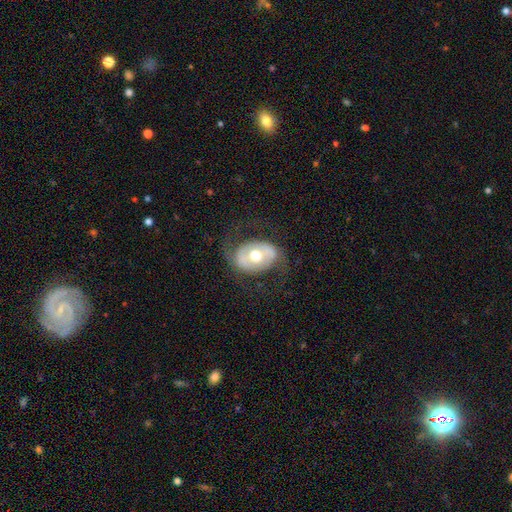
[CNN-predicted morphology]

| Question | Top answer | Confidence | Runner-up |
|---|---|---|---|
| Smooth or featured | featured or disk | 69% | smooth (26%) |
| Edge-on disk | no | 95% | yes (5%) |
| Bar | no | 56% | weak (26%) |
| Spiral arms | yes | 65% | no (35%) |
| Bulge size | moderate | 75% | large (13%) |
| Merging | none | 68% | minor disturbance (16%) |